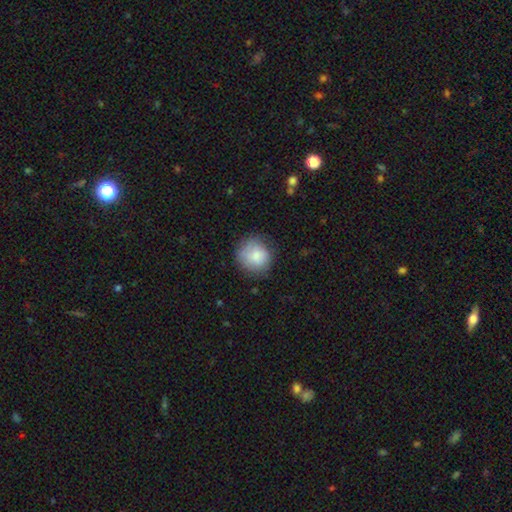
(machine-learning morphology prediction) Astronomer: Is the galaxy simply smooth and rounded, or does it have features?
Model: smooth — 79%.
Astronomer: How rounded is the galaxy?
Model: round — 88%.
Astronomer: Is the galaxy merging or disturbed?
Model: none — 72%.